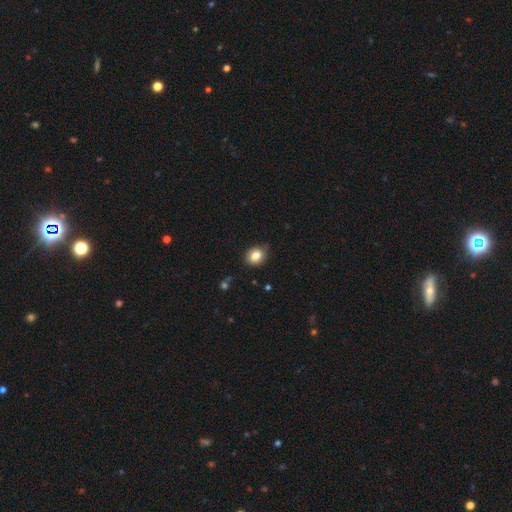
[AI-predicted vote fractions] Overall: smooth (82%). How rounded: round (53%; in between 46%). Merging: none (76%).